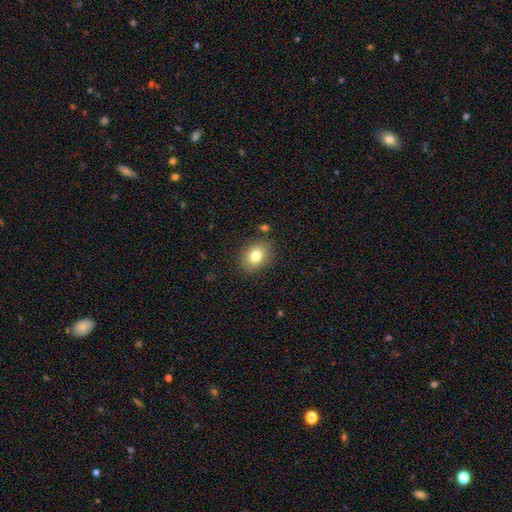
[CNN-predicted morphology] This is likely a smooth galaxy (80%). How rounded: likely in between (64%). Merging: clearly none (84%).